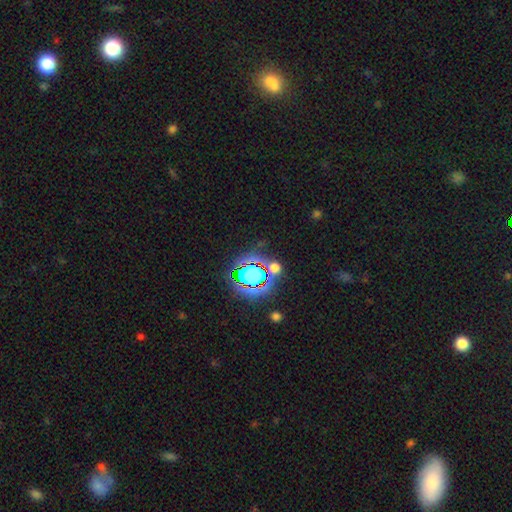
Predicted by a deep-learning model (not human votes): A star or artifact, not a galaxy (79%).

Vote fractions:
- Smooth or featured? star or artifact: 79% / smooth: 14% / featured or disk: 7%